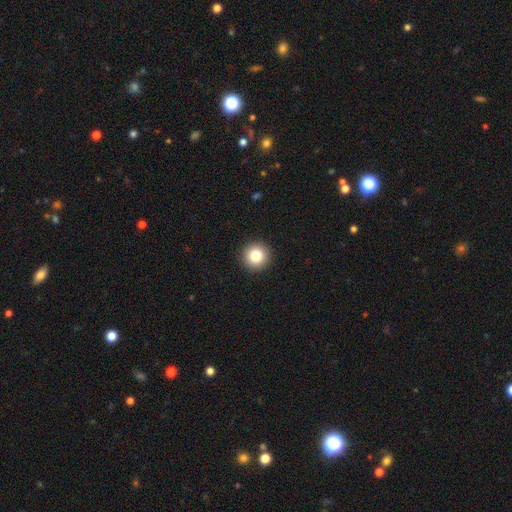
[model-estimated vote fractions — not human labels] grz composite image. It shows a smooth galaxy with no disk features (83%) that is round (96%). Merging: none (93%).